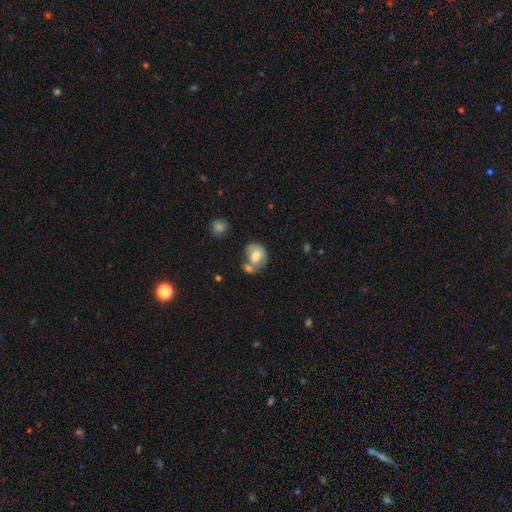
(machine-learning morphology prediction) Smooth or featured: smooth — 70% (featured or disk — 22%)
How rounded: round — 63% (in between — 36%)
Merging: merger — 41% (none — 35%)